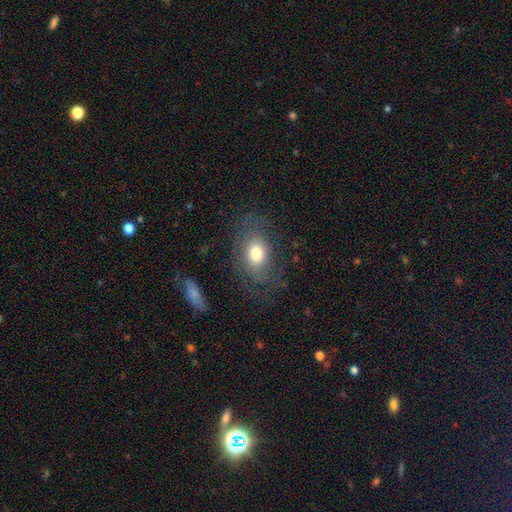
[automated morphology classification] smooth 67%, featured or disk 24%, star or artifact 9%. Down the decision tree: how rounded — in between (79%); merging — none (67%).